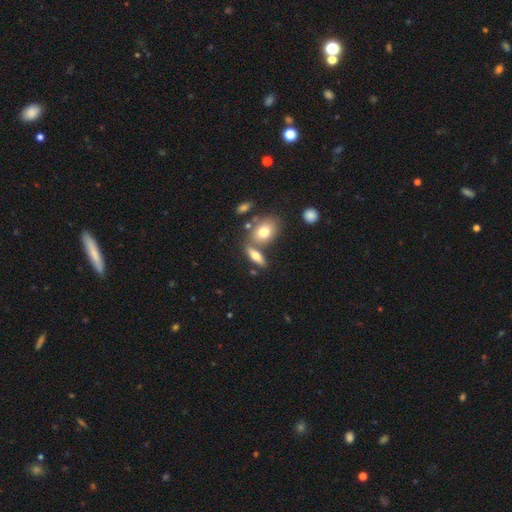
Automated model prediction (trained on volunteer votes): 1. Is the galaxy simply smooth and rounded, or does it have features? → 59% smooth, 32% featured or disk, 8% star or artifact.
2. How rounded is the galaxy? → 64% in between, 28% cigar-shaped, 8% round.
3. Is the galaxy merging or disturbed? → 59% none, 26% merger, 11% minor disturbance, 4% major disturbance.